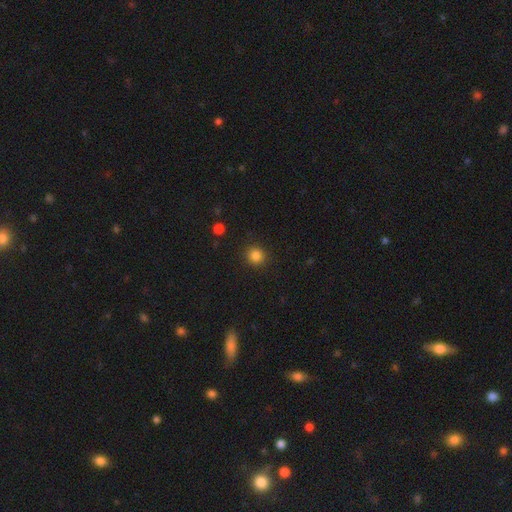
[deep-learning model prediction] Smooth or featured?
  - smooth: 85% *
  - star or artifact: 12%
  - featured or disk: 3%
How rounded?
  - round: 92% *
  - in between: 8%
  - cigar-shaped: 1%
Merging?
  - none: 91% *
  - minor disturbance: 6%
  - major disturbance: 2%
  - merger: 1%